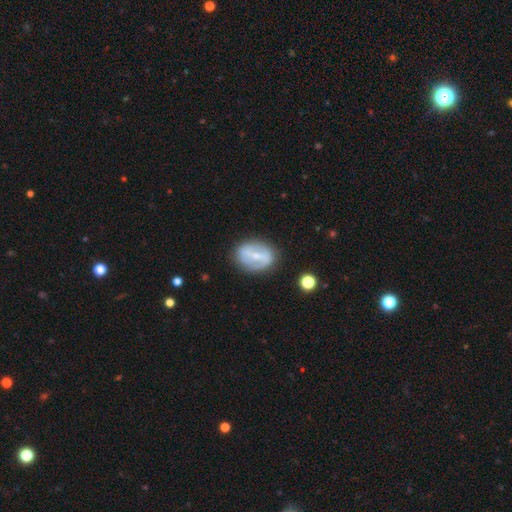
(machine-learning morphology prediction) Smooth or featured? featured or disk (66%)
Edge-on disk? no (94%)
Bar? strong (52%)
Spiral arms? no (54%)
Bulge size? small (54%)
Merging? none (79%)